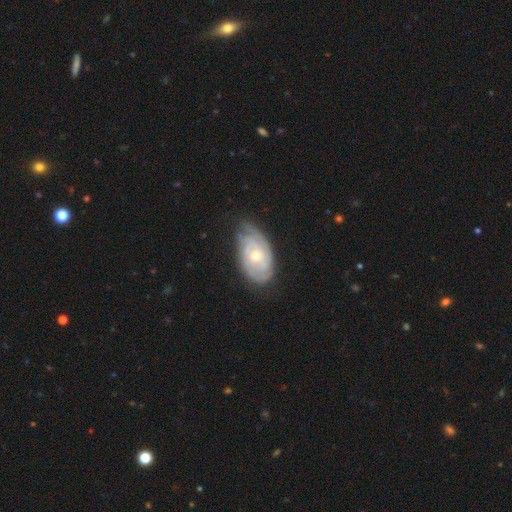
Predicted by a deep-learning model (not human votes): Smooth or featured?
  - featured or disk: 78% *
  - smooth: 17%
  - star or artifact: 5%
Edge-on disk?
  - no: 95% *
  - yes: 5%
Bar?
  - no: 77% *
  - weak: 19%
  - strong: 4%
Spiral arms?
  - yes: 90% *
  - no: 10%
Spiral winding?
  - tight: 74% *
  - medium: 20%
  - loose: 6%
Spiral arm count?
  - can't tell: 44% *
  - 2: 25%
  - 3: 15%
  - 4: 7%
  - 1: 5%
  - more than 4: 4%
Bulge size?
  - moderate: 50% *
  - small: 47%
  - large: 2%
  - none: 1%
  - dominant: 1%
Merging?
  - none: 67% *
  - minor disturbance: 25%
  - major disturbance: 7%
  - merger: 1%